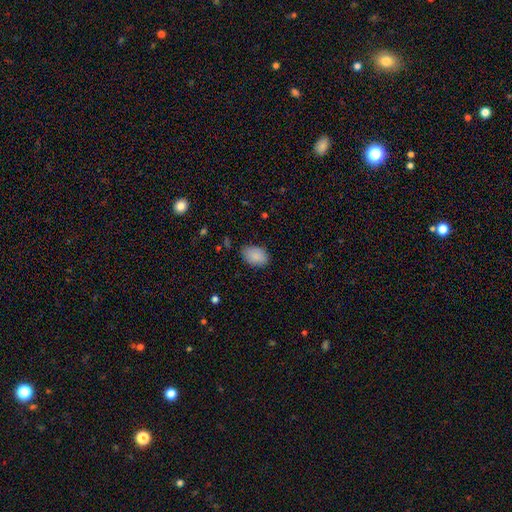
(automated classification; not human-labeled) The model was most divided on "merging": none: 81%, minor disturbance: 15%, major disturbance: 3%, merger: 1%. More confident: smooth or featured — smooth (87%); how rounded — in between (86%).